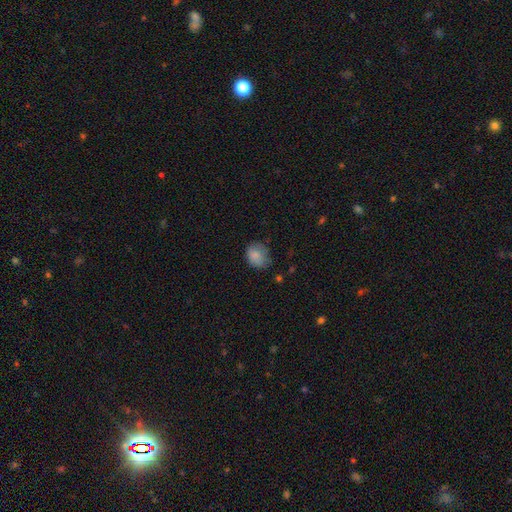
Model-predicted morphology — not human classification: smooth 82%, star or artifact 9%, featured or disk 9%. Down the decision tree: how rounded — round (53%); merging — none (56%).